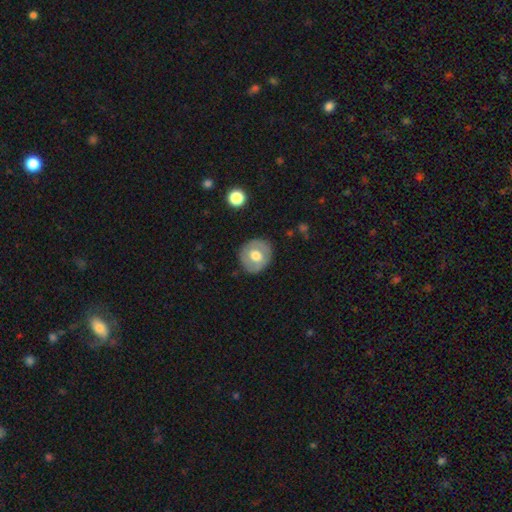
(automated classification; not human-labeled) A smooth galaxy with no disk features (56%) that is round (84%).

Vote fractions:
- Smooth or featured? smooth: 56% / featured or disk: 38% / star or artifact: 6%
- How rounded? round: 84% / in between: 15% / cigar-shaped: 1%
- Merging? none: 84% / minor disturbance: 11% / major disturbance: 3% / merger: 1%